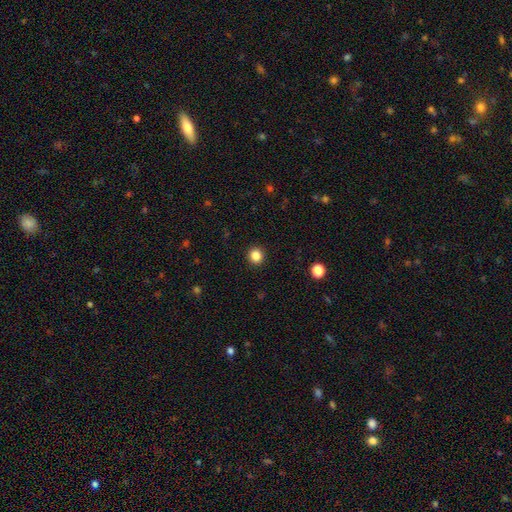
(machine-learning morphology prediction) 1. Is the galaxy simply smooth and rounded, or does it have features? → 84% smooth, 12% star or artifact, 4% featured or disk.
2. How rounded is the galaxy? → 92% round, 7% in between, 1% cigar-shaped.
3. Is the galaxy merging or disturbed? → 93% none, 4% minor disturbance, 2% major disturbance, 1% merger.